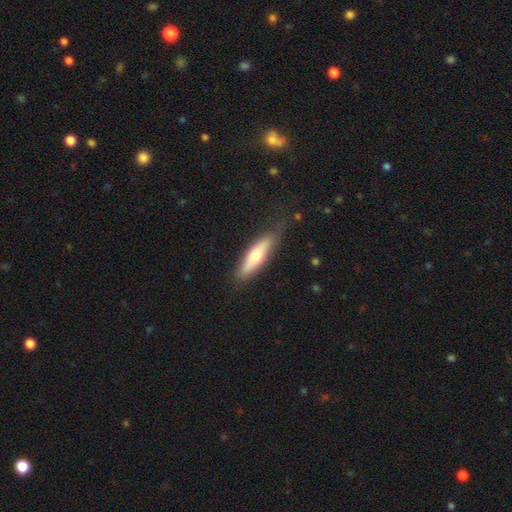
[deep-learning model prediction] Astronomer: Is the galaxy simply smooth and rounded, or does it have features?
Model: smooth — 57% (runner-up: featured or disk, 38%).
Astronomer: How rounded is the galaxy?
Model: cigar-shaped — 64%.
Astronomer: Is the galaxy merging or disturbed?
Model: none — 79%.